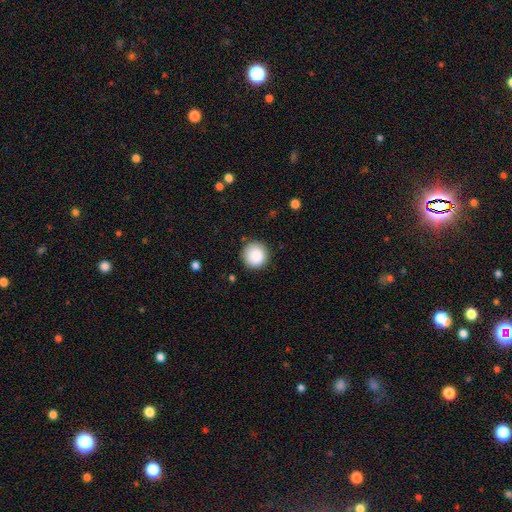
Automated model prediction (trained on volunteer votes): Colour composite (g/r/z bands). It shows a smooth galaxy with no disk features (88%) that is round (96%). Merging: none (89%).